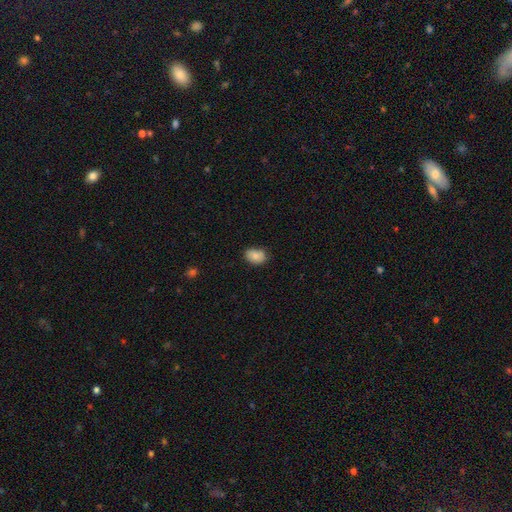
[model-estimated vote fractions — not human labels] This is clearly a smooth galaxy (82%). How rounded: likely in between (77%). Merging: likely none (74%).